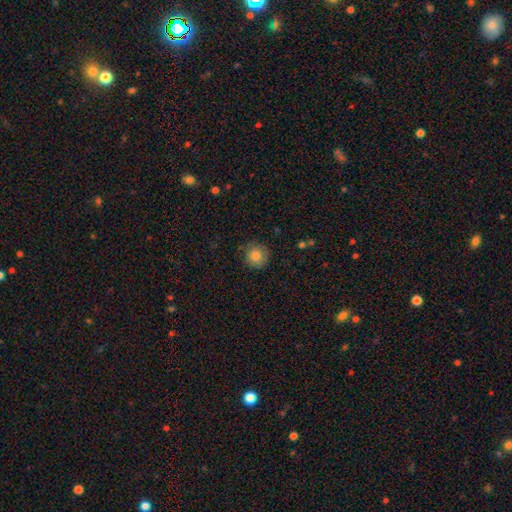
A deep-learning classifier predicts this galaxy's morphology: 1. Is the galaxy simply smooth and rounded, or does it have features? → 80% smooth, 11% featured or disk, 9% star or artifact.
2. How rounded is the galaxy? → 93% round, 6% in between, 1% cigar-shaped.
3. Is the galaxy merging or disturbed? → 82% none, 14% minor disturbance, 4% major disturbance, 1% merger.